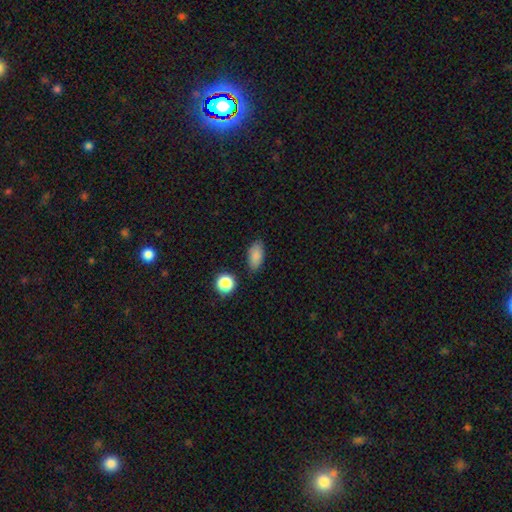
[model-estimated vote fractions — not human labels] Morphology: type=smooth (86%); roundness=in between (89%); merging=none (82%).